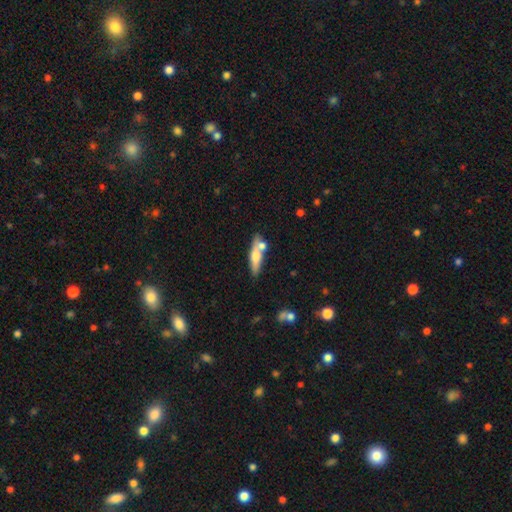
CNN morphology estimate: A smooth galaxy with no disk features (57%) that is cigar-shaped (66%).

Vote fractions:
- Smooth or featured? smooth: 57% / featured or disk: 37% / star or artifact: 6%
- How rounded? cigar-shaped: 66% / in between: 31% / round: 3%
- Merging? none: 58% / merger: 24% / minor disturbance: 15% / major disturbance: 4%